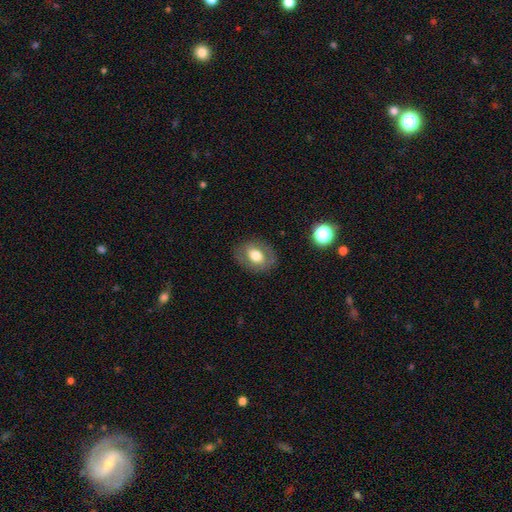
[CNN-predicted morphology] The model was most divided on "smooth or featured": smooth: 62%, featured or disk: 30%, star or artifact: 8%. More confident: merging — none (82%); how rounded — in between (69%).